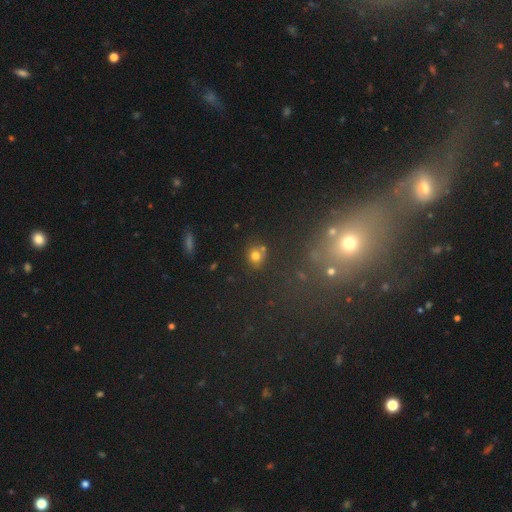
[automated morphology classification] A smooth galaxy with no disk features (73%) that is round (81%). Merging: none (71%).